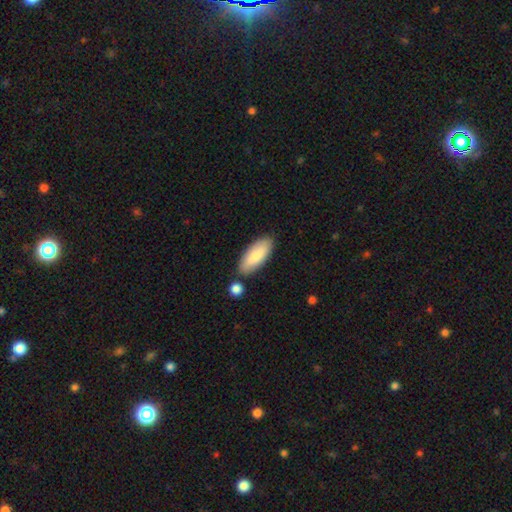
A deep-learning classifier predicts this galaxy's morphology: type=smooth (81%); roundness=in between (78%); merging=none (78%).